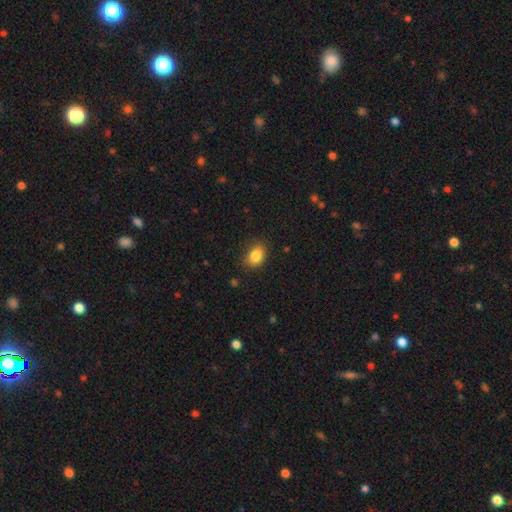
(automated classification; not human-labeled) The model was most divided on "how rounded": in between: 68%, round: 31%, cigar-shaped: 1%. More confident: smooth or featured — smooth (84%); merging — none (80%).